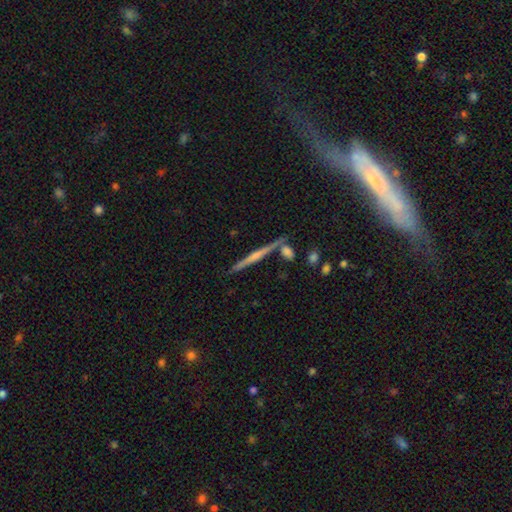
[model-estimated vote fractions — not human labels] Smooth or featured: featured or disk — 69% (smooth — 23%)
Edge-on disk: yes — 98% (no — 2%)
Edge-on bulge: rounded — 52% (none — 35%)
Merging: none — 83% (minor disturbance — 8%)